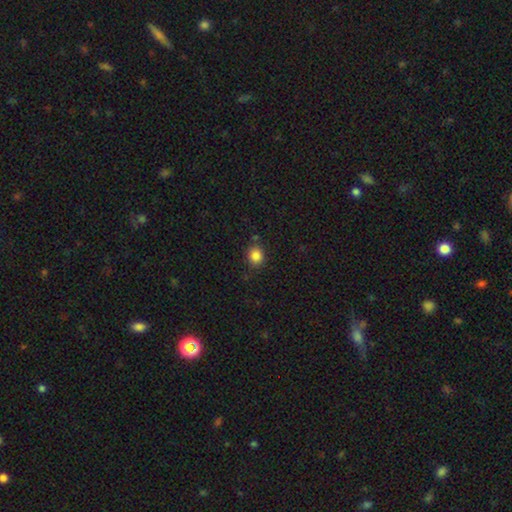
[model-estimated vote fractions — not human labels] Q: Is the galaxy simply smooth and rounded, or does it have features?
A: smooth — 85%.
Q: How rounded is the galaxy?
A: round — 78%.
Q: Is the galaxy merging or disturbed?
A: none — 82%.